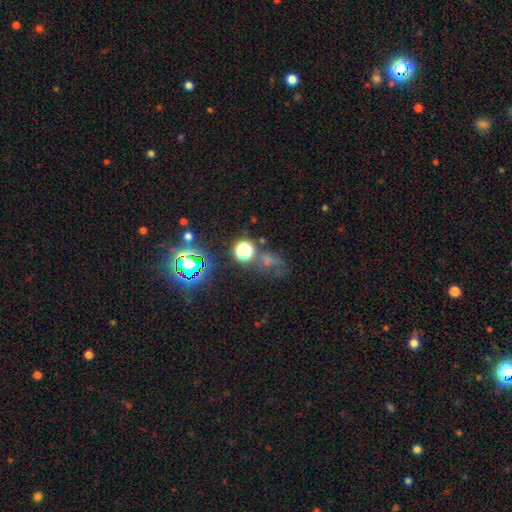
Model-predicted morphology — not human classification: The model was most divided on "smooth or featured": star or artifact: 62%, smooth: 23%, featured or disk: 14%.